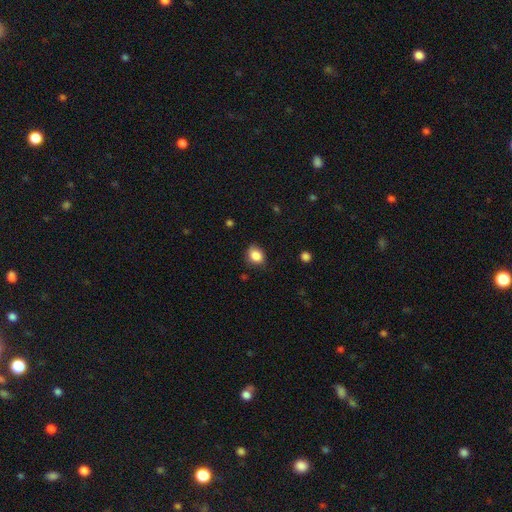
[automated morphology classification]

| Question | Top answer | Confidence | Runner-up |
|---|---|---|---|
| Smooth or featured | smooth | 86% | star or artifact (9%) |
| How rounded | in between | 52% | round (47%) |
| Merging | none | 77% | minor disturbance (18%) |